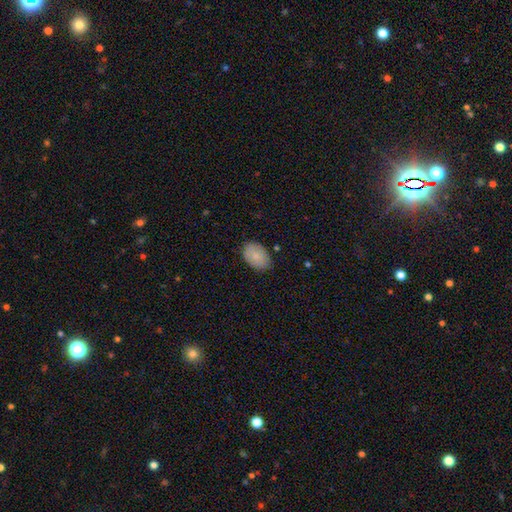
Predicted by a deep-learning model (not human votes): Smooth or featured?
  - smooth: 82% *
  - featured or disk: 12%
  - star or artifact: 7%
How rounded?
  - in between: 85% *
  - round: 14%
  - cigar-shaped: 1%
Merging?
  - none: 83% *
  - minor disturbance: 13%
  - major disturbance: 2%
  - merger: 1%